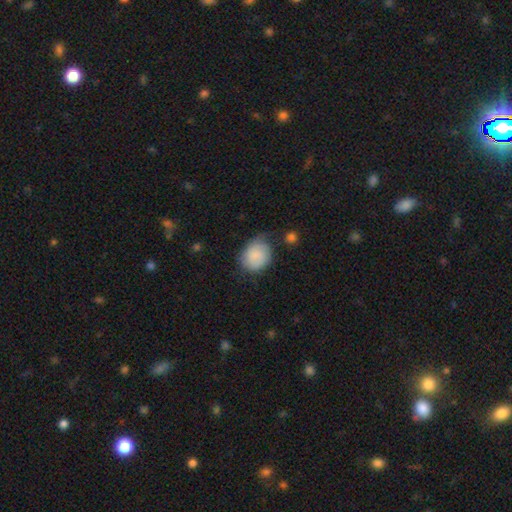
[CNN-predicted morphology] The model was most divided on "merging": none: 51%, minor disturbance: 34%, major disturbance: 12%, merger: 3%. More confident: smooth or featured — smooth (77%); how rounded — round (61%).